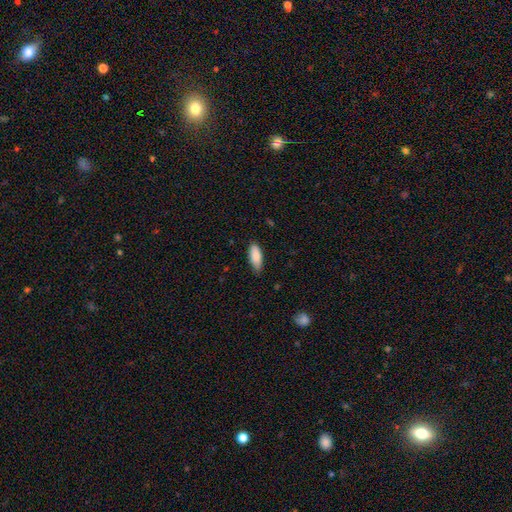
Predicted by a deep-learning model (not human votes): The model was most divided on "how rounded": in between: 74%, cigar-shaped: 24%, round: 2%. More confident: smooth or featured — smooth (87%); merging — none (79%).